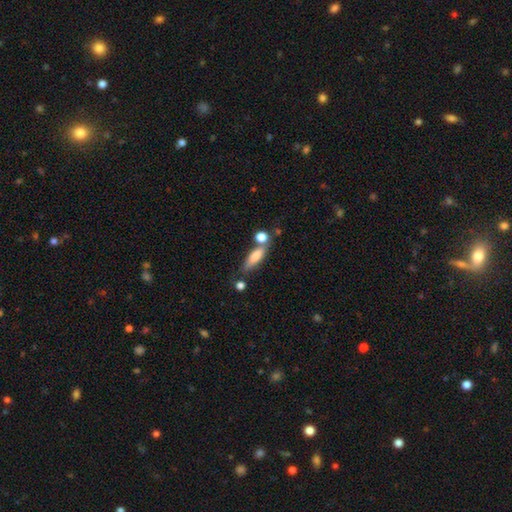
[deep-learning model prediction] Q: Smooth or featured?
A: smooth (73%); runner-up: featured or disk (19%)
Q: How rounded?
A: cigar-shaped (53%); runner-up: in between (43%)
Q: Merging?
A: none (59%); runner-up: merger (19%)